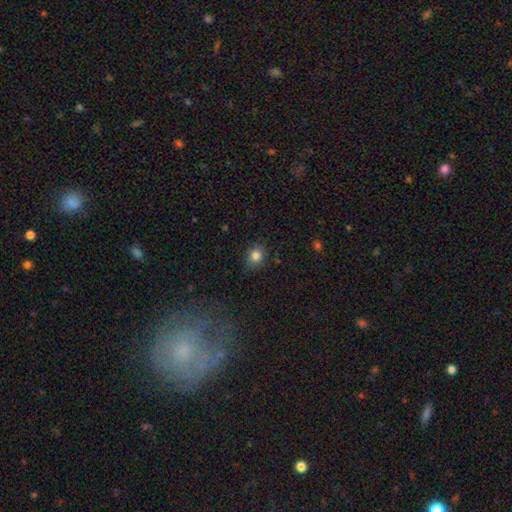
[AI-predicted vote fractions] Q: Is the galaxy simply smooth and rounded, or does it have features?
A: smooth — 83%.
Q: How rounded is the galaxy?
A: round — 69%.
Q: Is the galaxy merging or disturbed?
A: none — 85%.